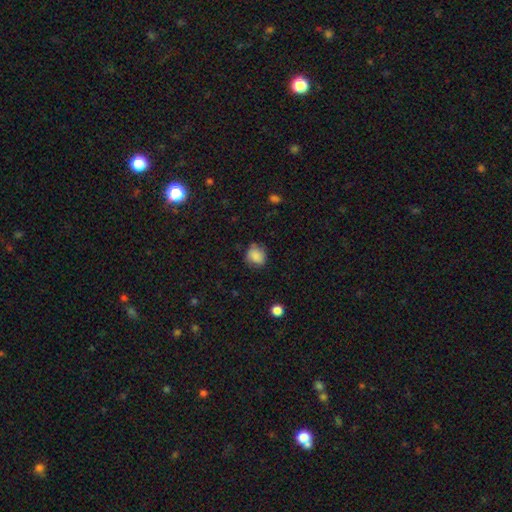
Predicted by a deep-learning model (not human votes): smooth_or_featured: smooth (p=0.84) [alt: star or artifact p=0.09]
how_rounded: round (p=0.63) [alt: in between p=0.36]
merging: none (p=0.68) [alt: minor disturbance p=0.24]